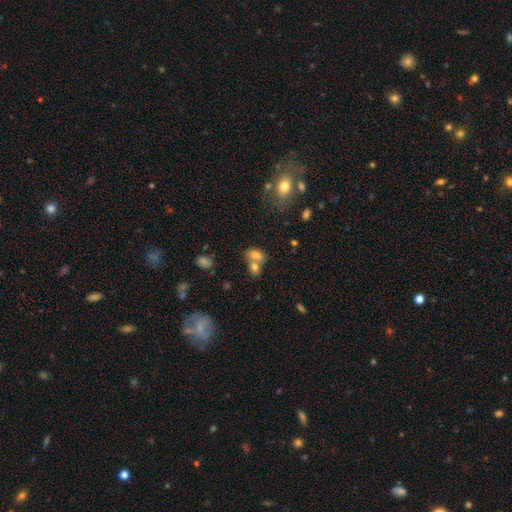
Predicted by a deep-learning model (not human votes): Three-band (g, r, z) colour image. It shows a smooth galaxy with no disk features (74%) that is in between round and cigar-shaped (81%). Merging: merger (56%).